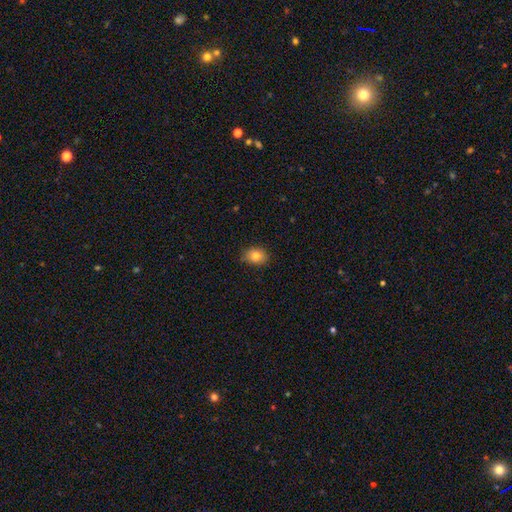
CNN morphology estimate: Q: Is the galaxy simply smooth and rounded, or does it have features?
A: smooth — 80%.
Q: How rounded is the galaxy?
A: in between — 54%.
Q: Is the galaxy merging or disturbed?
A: none — 82%.